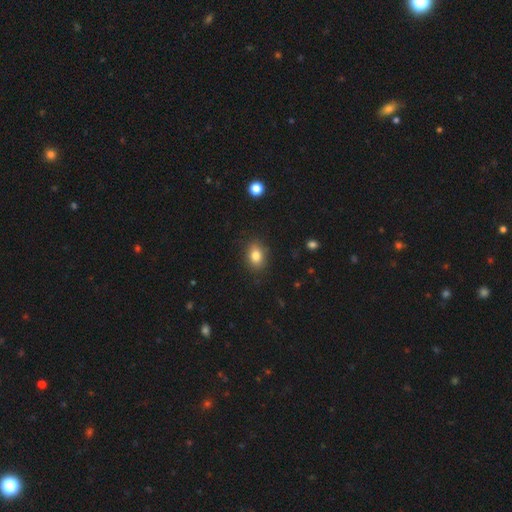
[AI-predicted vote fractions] smooth 82%, star or artifact 10%, featured or disk 8%. Down the decision tree: how rounded — in between (68%); merging — none (85%).